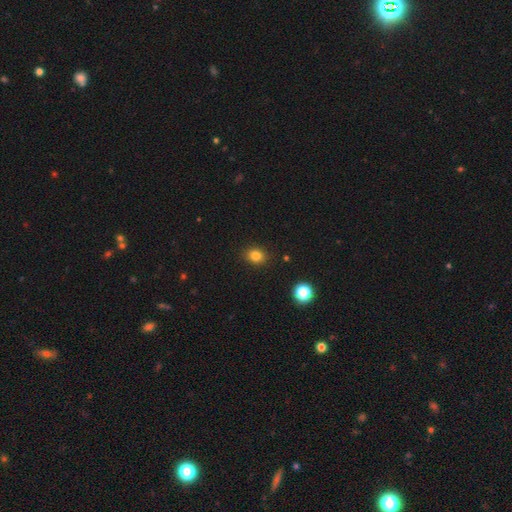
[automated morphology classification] This appears to be a smooth galaxy with no disk features (82%) that is round (58%). Merging: none (89%).